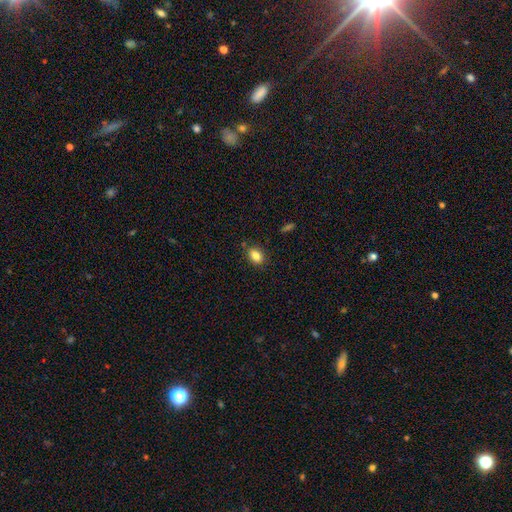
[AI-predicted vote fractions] smooth_or_featured: smooth (p=0.85) [alt: star or artifact p=0.09]
how_rounded: in between (p=0.80) [alt: round p=0.19]
merging: none (p=0.82) [alt: minor disturbance p=0.12]